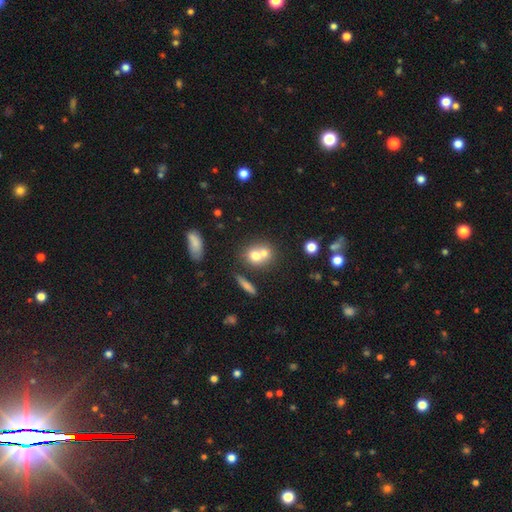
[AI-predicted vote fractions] smooth 66%, featured or disk 22%, star or artifact 12%. Down the decision tree: how rounded — round (68%); merging — merger (60%).